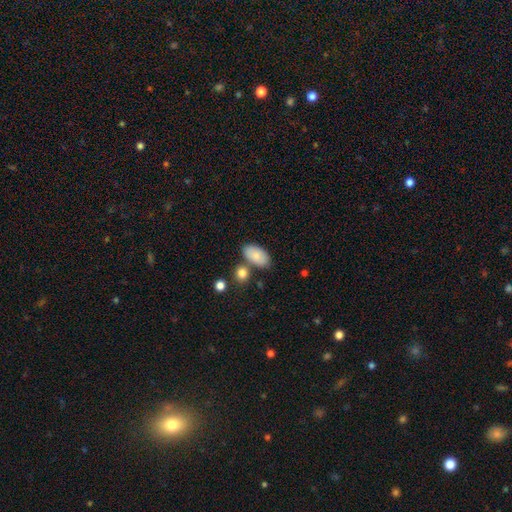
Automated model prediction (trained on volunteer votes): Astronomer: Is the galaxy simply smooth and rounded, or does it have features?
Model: smooth — 84%.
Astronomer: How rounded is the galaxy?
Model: in between — 94%.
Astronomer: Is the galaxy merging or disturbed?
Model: none — 70%.